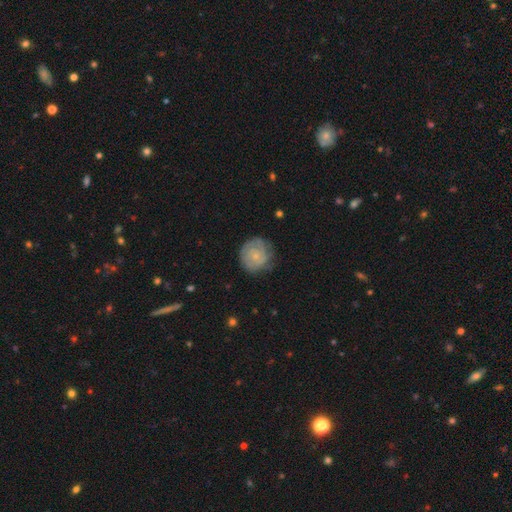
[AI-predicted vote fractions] A featured or disk galaxy (68%) with no bar (79%), tight (73%) spiral arms (89%) and a small central bulge (76%). Merging: none (72%).